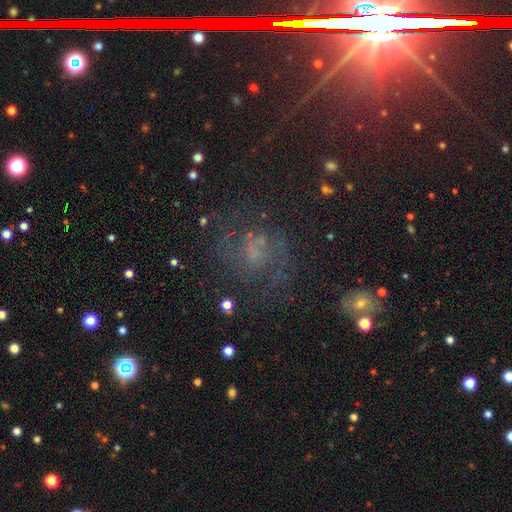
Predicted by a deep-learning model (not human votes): featured or disk 48%, star or artifact 31%, smooth 21%. Down the decision tree: merging — none (61%).